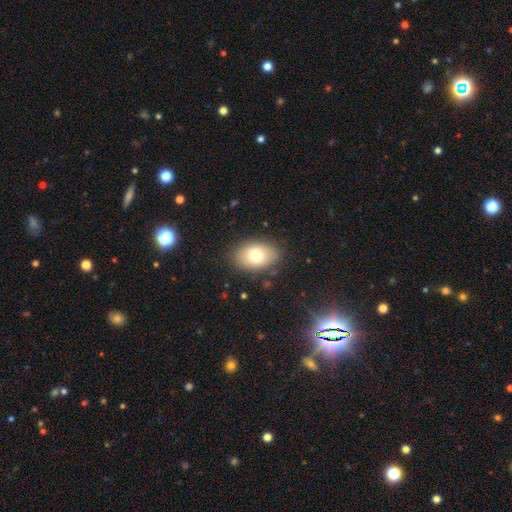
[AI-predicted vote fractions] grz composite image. It shows a smooth galaxy with no disk features (76%) that is in between round and cigar-shaped (82%). Merging: none (84%).